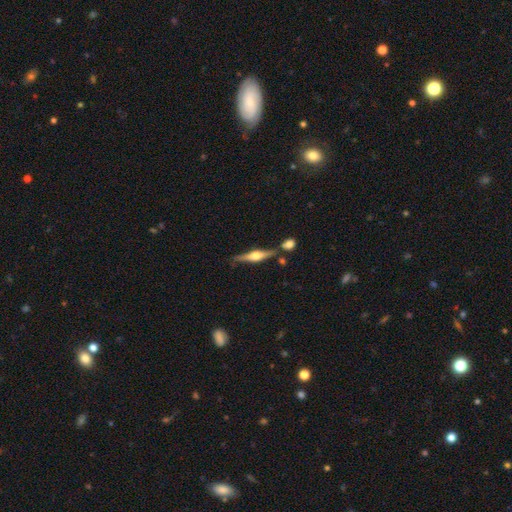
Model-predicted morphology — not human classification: Smooth or featured: featured or disk — 73% (smooth — 21%)
Edge-on disk: yes — 96% (no — 4%)
Edge-on bulge: rounded — 91% (boxy — 7%)
Merging: none — 72% (merger — 13%)